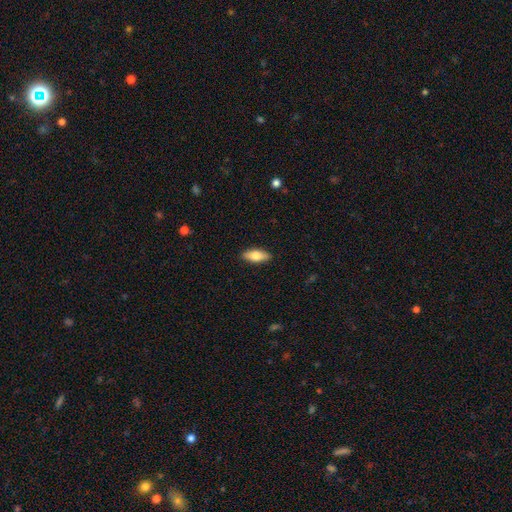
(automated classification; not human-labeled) Smooth or featured: smooth — 67% (featured or disk — 27%)
How rounded: in between — 71% (cigar-shaped — 26%)
Merging: none — 89% (minor disturbance — 8%)